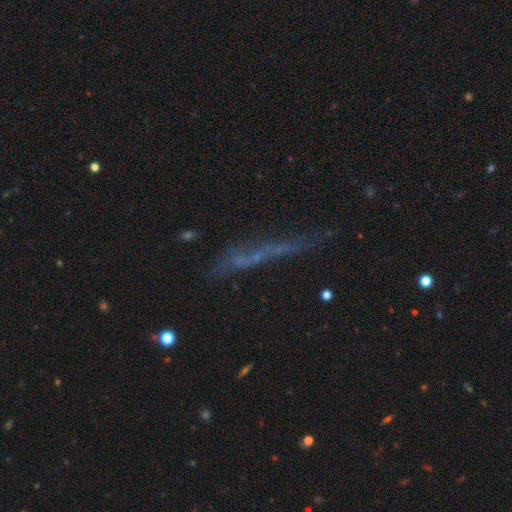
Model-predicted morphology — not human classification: The model was most divided on "smooth or featured": featured or disk: 41%, smooth: 36%, star or artifact: 23%. More confident: merging — none (54%).